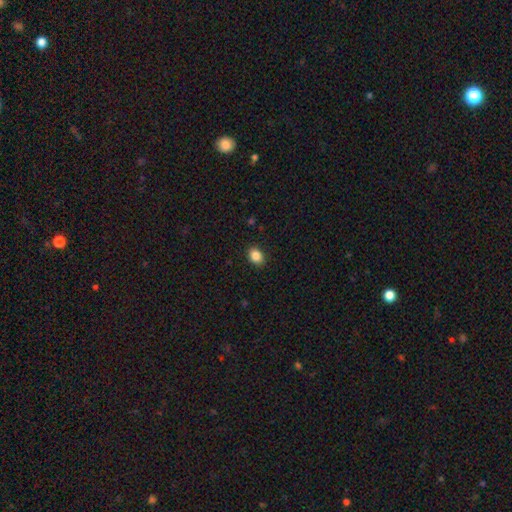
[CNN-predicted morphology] The model was most divided on "how rounded": in between: 61%, round: 38%, cigar-shaped: 1%. More confident: merging — none (89%); smooth or featured — smooth (86%).